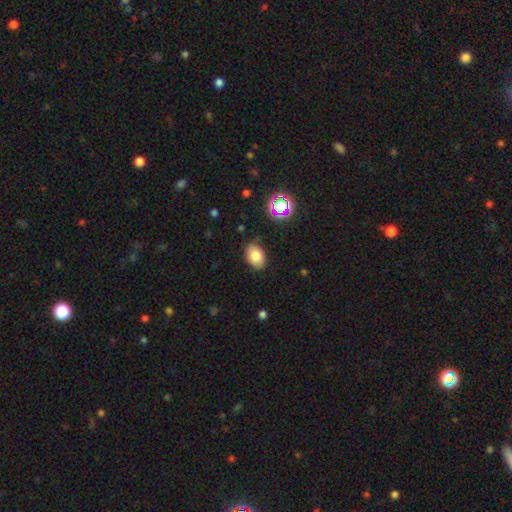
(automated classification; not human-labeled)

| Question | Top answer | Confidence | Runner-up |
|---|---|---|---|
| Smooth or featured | smooth | 80% | star or artifact (12%) |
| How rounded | in between | 82% | round (17%) |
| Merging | none | 80% | minor disturbance (15%) |